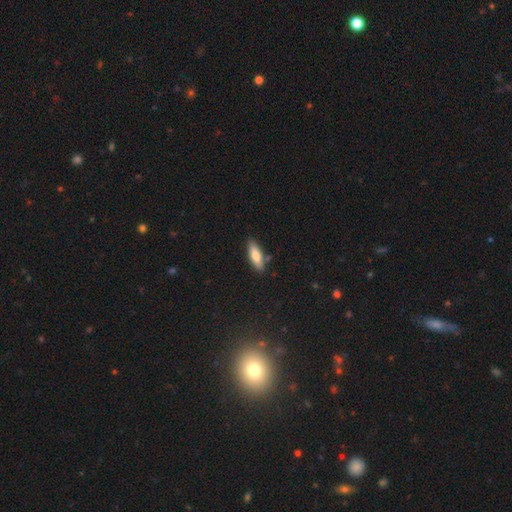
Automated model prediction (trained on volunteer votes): This appears to be a smooth galaxy with no disk features (75%) that is in between round and cigar-shaped (50%). Merging: none (81%).